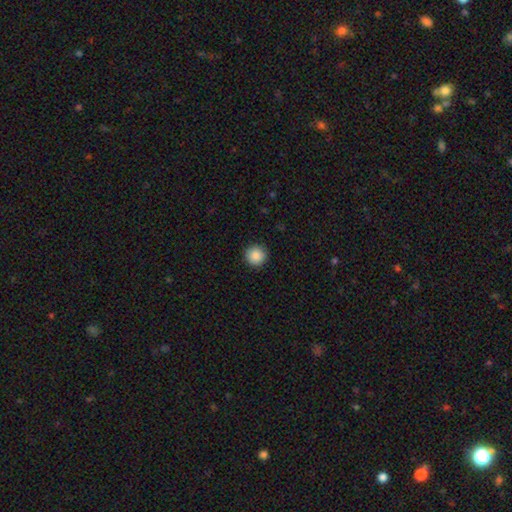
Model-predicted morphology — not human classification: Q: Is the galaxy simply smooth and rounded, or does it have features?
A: smooth — 88%.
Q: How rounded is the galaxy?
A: round — 96%.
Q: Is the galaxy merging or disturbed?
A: none — 92%.